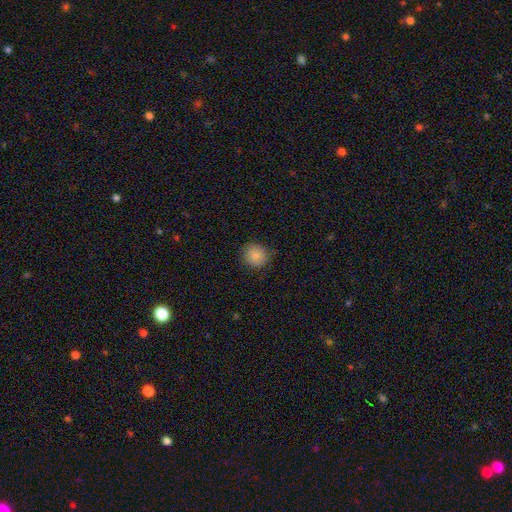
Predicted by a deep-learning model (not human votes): Smooth or featured: smooth — 85% (star or artifact — 9%)
How rounded: round — 89% (in between — 10%)
Merging: none — 85% (minor disturbance — 12%)